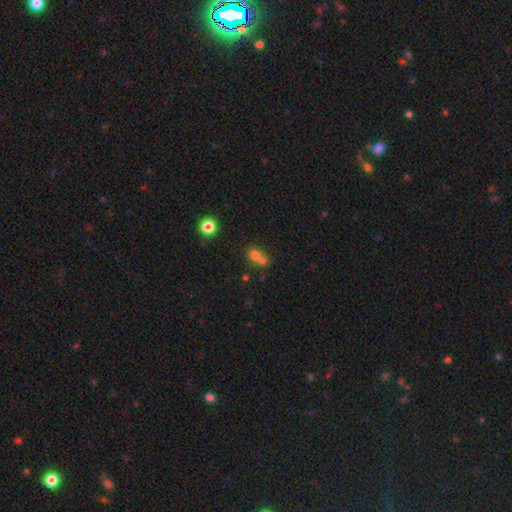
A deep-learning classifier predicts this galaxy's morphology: Smooth or featured? Predicted: smooth (p=0.70). How rounded? Predicted: round (p=0.67). Merging? Predicted: merger (p=0.55).